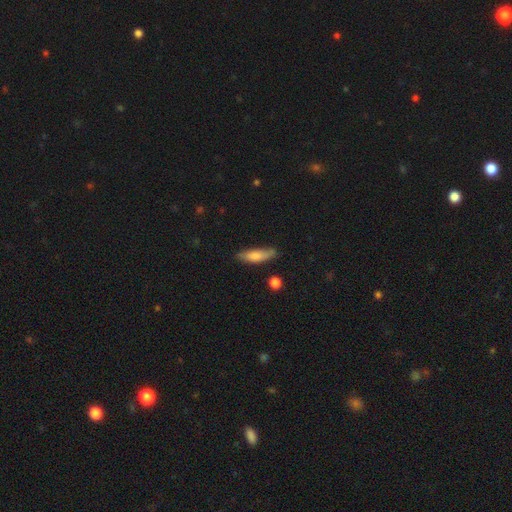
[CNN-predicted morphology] This appears to be a smooth galaxy with no disk features (76%) that is cigar-shaped (60%). Merging: none (73%).